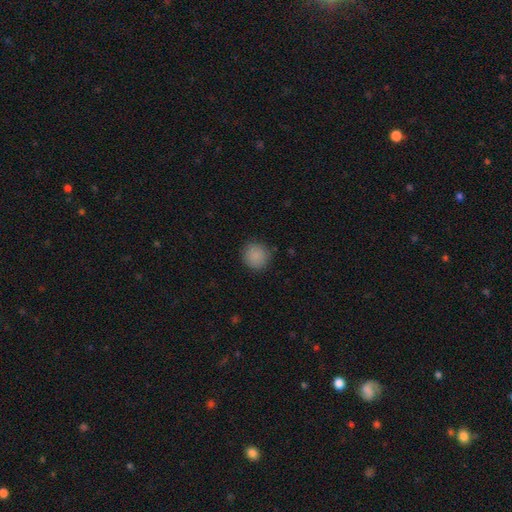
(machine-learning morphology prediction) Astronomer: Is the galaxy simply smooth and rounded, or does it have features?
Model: smooth — 88%.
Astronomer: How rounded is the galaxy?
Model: round — 93%.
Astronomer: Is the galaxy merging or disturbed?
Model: none — 89%.